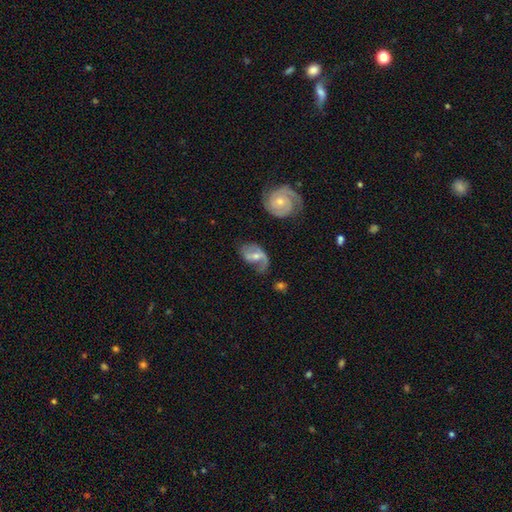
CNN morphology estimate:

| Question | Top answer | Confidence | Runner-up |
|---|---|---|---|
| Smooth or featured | featured or disk | 77% | smooth (17%) |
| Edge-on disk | no | 96% | yes (4%) |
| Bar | weak | 45% | strong (30%) |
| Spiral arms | yes | 90% | no (10%) |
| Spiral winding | loose | 47% | medium (37%) |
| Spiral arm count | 2 | 73% | 1 (17%) |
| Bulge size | moderate | 49% | small (45%) |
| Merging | none | 50% | minor disturbance (25%) |